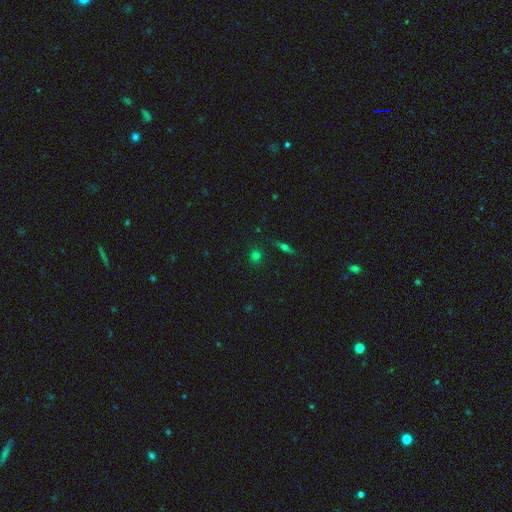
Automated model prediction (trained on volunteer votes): Smooth or featured? Predicted: smooth (p=0.72). How rounded? Predicted: round (p=0.84). Merging? Predicted: none (p=0.86).